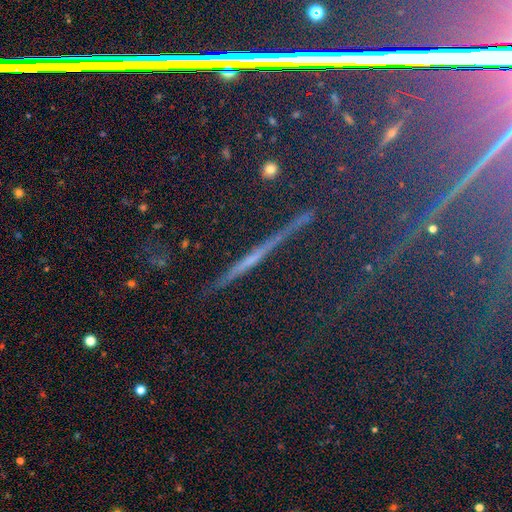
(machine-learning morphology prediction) This appears to be a star or artifact, not a galaxy (57%).